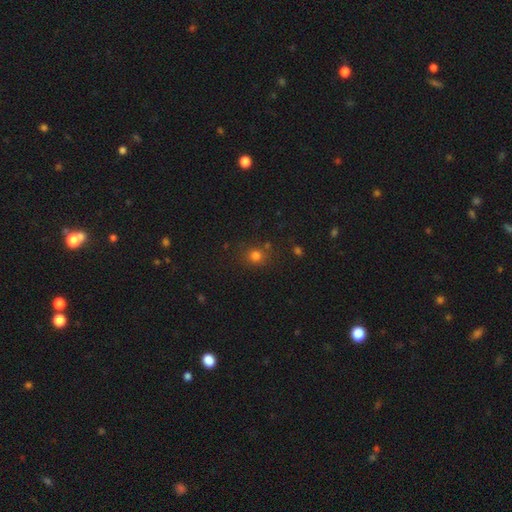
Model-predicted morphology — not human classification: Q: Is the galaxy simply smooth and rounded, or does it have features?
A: smooth — 77%.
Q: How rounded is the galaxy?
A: round — 81%.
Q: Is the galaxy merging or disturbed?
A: none — 76%.